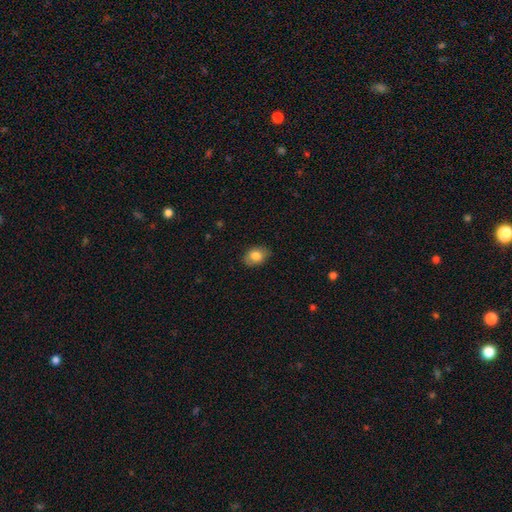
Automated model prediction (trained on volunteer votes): Morphology: type=smooth (82%); roundness=in between (79%); merging=none (83%).